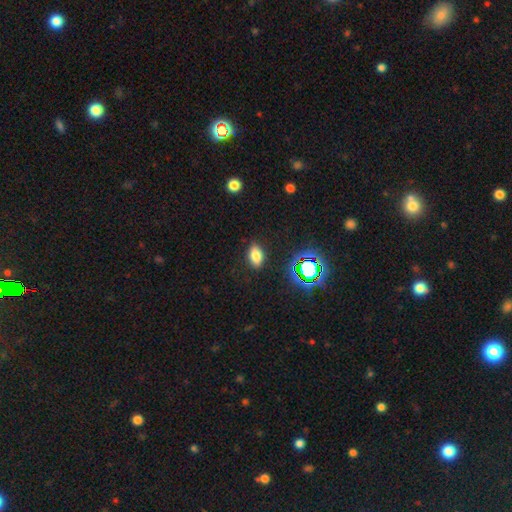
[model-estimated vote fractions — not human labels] A smooth galaxy with no disk features (75%) that is in between round and cigar-shaped (87%).

Vote fractions:
- Smooth or featured? smooth: 75% / star or artifact: 16% / featured or disk: 9%
- How rounded? in between: 87% / round: 10% / cigar-shaped: 3%
- Merging? none: 86% / minor disturbance: 10% / major disturbance: 3% / merger: 1%